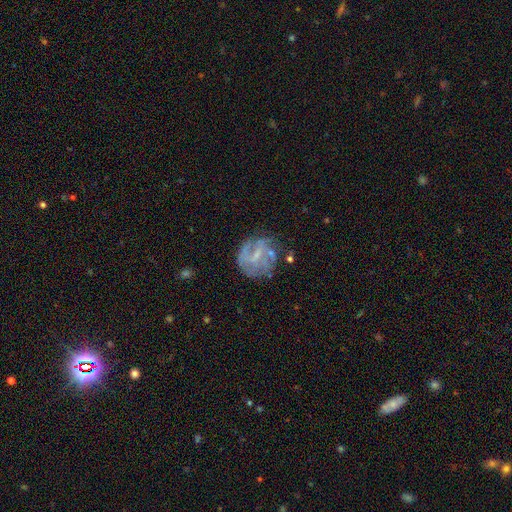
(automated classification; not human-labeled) Q: Smooth or featured?
A: featured or disk (68%); runner-up: smooth (22%)
Q: Edge-on disk?
A: no (98%); runner-up: yes (2%)
Q: Bar?
A: weak (48%); runner-up: no (35%)
Q: Spiral arms?
A: yes (67%); runner-up: no (33%)
Q: Bulge size?
A: small (44%); runner-up: none (36%)
Q: Merging?
A: none (57%); runner-up: minor disturbance (20%)